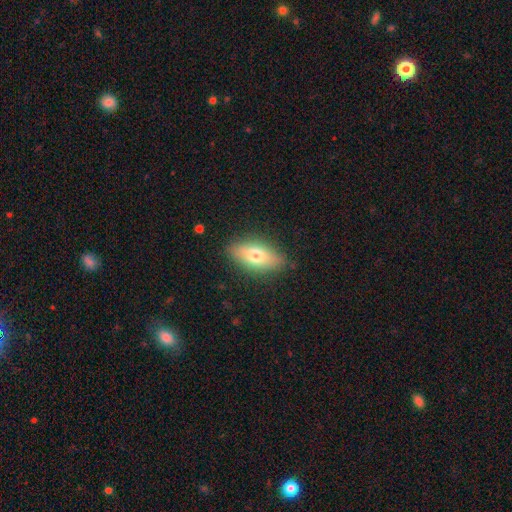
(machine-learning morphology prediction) type=smooth (70%); roundness=in between (84%); merging=none (84%).